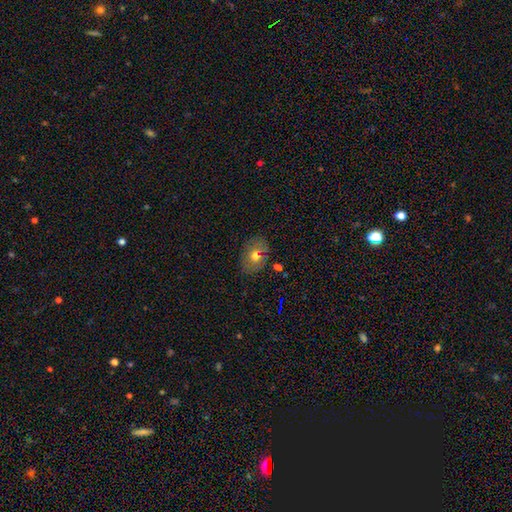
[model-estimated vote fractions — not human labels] This is likely a smooth galaxy (66%). How rounded: likely in between (73%). Merging: likely none (78%).